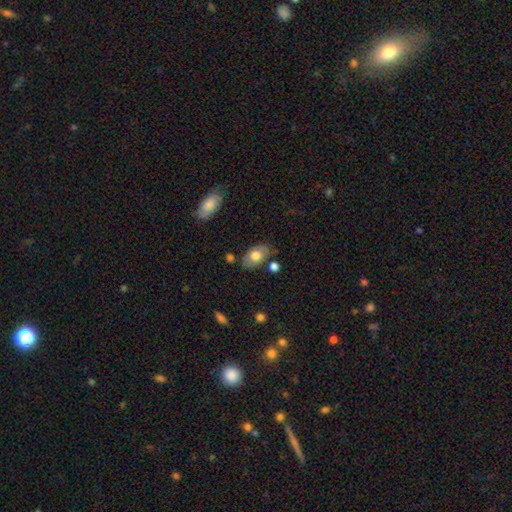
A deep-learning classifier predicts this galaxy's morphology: Q: Smooth or featured?
A: smooth (66%); runner-up: featured or disk (27%)
Q: How rounded?
A: in between (91%); runner-up: round (8%)
Q: Merging?
A: none (76%); runner-up: minor disturbance (15%)